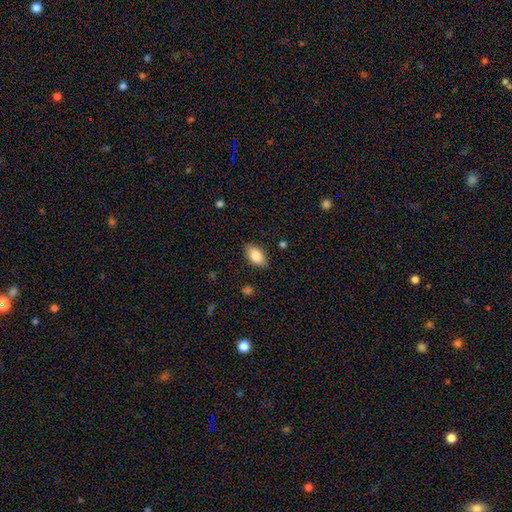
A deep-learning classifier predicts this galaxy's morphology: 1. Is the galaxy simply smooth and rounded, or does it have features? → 86% smooth, 7% star or artifact, 7% featured or disk.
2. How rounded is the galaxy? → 92% in between, 5% round, 3% cigar-shaped.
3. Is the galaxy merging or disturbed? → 85% none, 11% minor disturbance, 3% major disturbance, 1% merger.